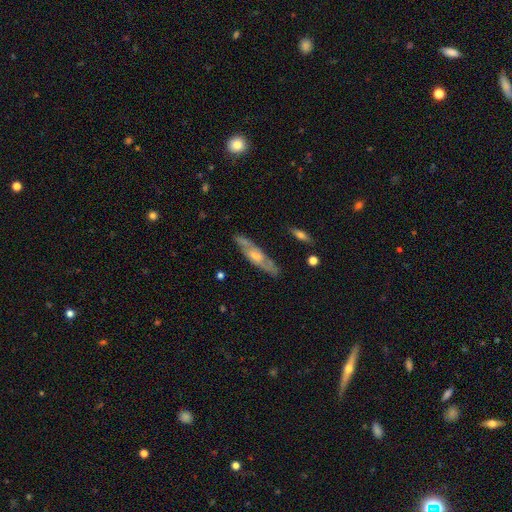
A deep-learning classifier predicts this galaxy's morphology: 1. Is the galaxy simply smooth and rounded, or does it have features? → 67% featured or disk, 27% smooth, 6% star or artifact.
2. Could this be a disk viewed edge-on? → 54% yes, 46% no.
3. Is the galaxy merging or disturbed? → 80% none, 14% minor disturbance, 4% major disturbance, 2% merger.